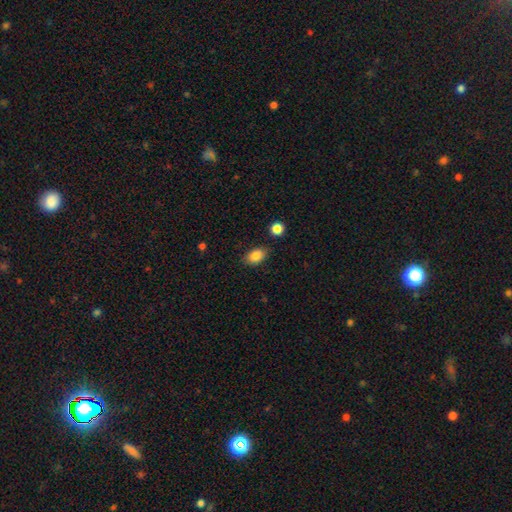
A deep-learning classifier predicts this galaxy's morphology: The model was most divided on "merging": none: 84%, minor disturbance: 11%, major disturbance: 3%, merger: 2%. More confident: how rounded — in between (86%); smooth or featured — smooth (86%).